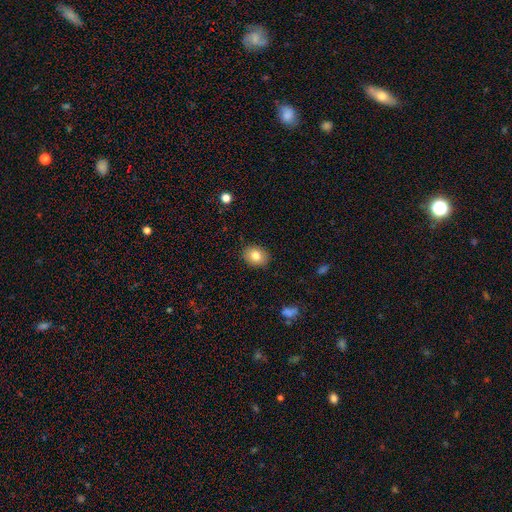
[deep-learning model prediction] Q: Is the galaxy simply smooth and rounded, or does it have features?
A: smooth — 82%.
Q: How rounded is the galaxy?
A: in between — 58%.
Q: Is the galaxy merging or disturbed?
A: none — 89%.